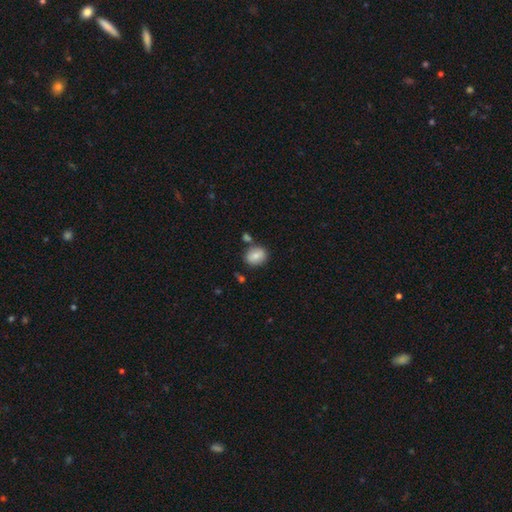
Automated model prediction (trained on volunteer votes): A smooth galaxy with no disk features (79%) that is round (55%). Merging: none (73%).